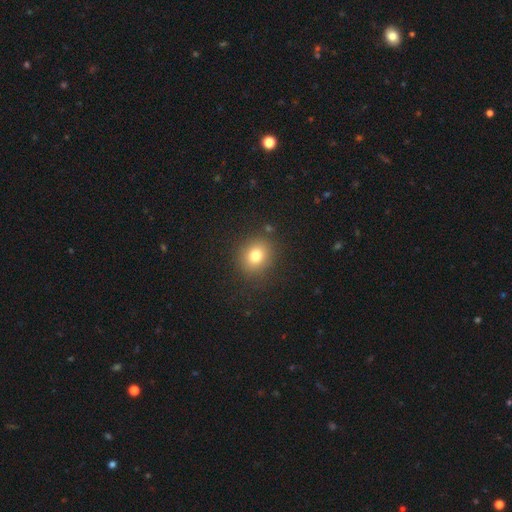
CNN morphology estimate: The model was most divided on "how rounded": round: 72%, in between: 27%, cigar-shaped: 1%. More confident: merging — none (86%); smooth or featured — smooth (78%).